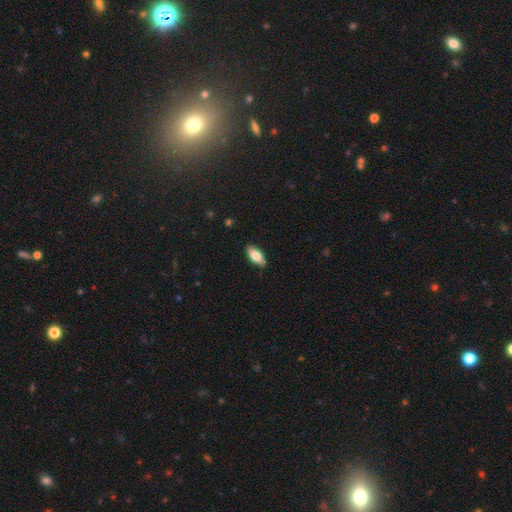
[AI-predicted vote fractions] Q: Smooth or featured?
A: smooth (76%); runner-up: featured or disk (18%)
Q: How rounded?
A: in between (84%); runner-up: cigar-shaped (14%)
Q: Merging?
A: none (86%); runner-up: minor disturbance (11%)